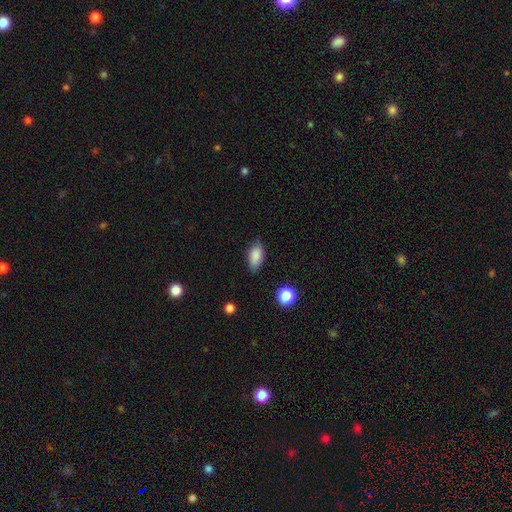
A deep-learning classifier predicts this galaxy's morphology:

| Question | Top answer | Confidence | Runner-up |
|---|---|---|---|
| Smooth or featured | smooth | 84% | star or artifact (8%) |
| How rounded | in between | 89% | cigar-shaped (6%) |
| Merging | none | 74% | minor disturbance (21%) |